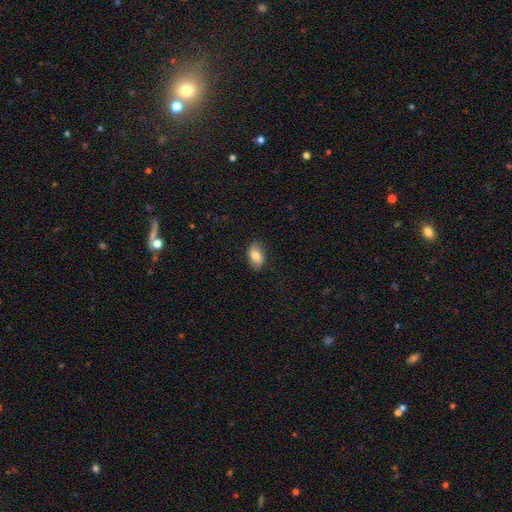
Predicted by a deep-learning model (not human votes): smooth 76%, featured or disk 16%, star or artifact 7%. Down the decision tree: how rounded — in between (89%); merging — none (79%).